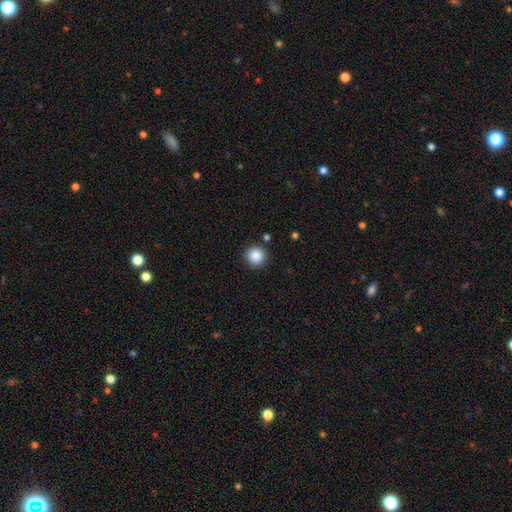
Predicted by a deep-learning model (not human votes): smooth 88%, star or artifact 9%, featured or disk 3%. Down the decision tree: how rounded — round (96%); merging — none (90%).